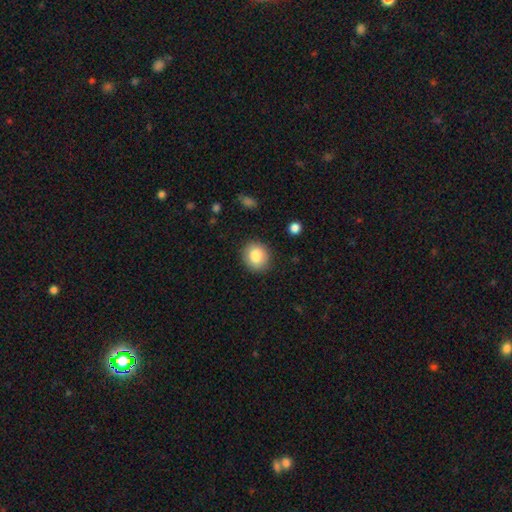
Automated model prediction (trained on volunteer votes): A smooth galaxy with no disk features (84%) that is round (76%). Merging: none (88%).